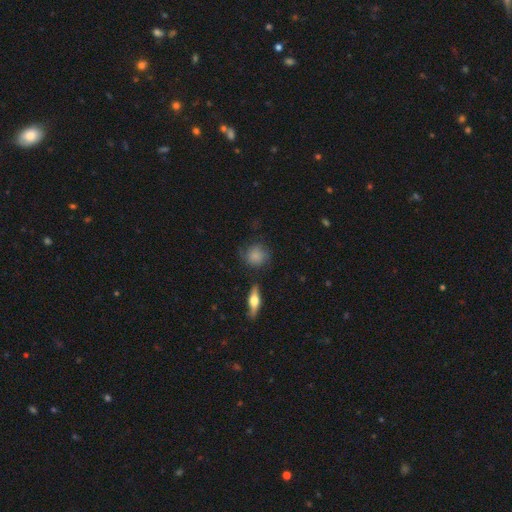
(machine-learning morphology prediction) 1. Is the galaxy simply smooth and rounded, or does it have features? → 72% smooth, 19% featured or disk, 9% star or artifact.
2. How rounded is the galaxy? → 82% round, 16% in between, 2% cigar-shaped.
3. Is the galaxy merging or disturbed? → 67% none, 22% minor disturbance, 8% major disturbance, 4% merger.